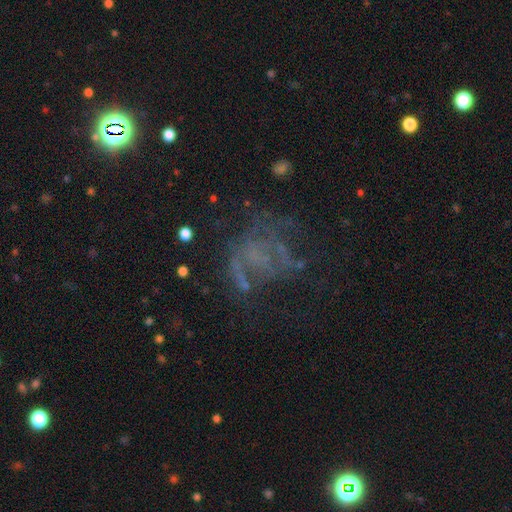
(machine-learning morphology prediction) This is possibly a featured or disk galaxy (53%). It is clearly not viewed edge-on (98%). Bar: clearly no (86%). Spiral arm pattern: likely no (72%). Central bulge: likely none (78%). Merging: marginally none (43%).